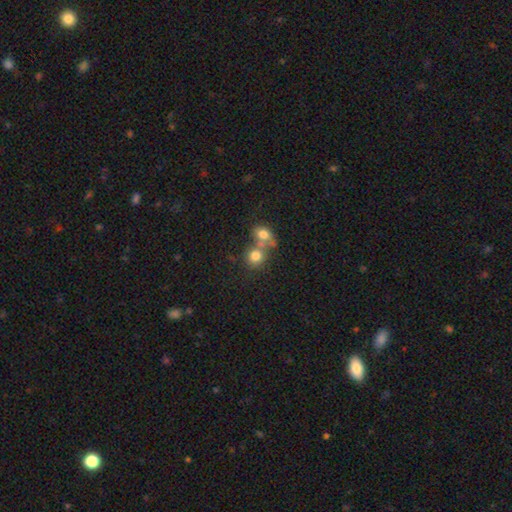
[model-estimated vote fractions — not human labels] A smooth galaxy with no disk features (77%) that is round (78%). Merging: merger (47%).